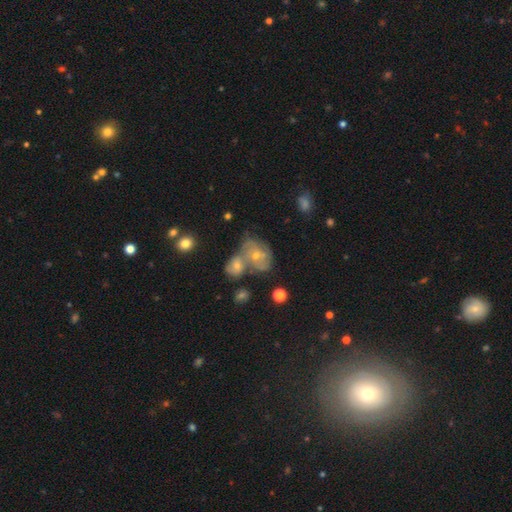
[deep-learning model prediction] Smooth or featured: featured or disk — 55% (smooth — 25%)
Edge-on disk: no — 95% (yes — 5%)
Bar: no — 68% (weak — 26%)
Spiral arms: yes — 78% (no — 22%)
Bulge size: small — 59% (moderate — 35%)
Merging: none — 43% (merger — 34%)